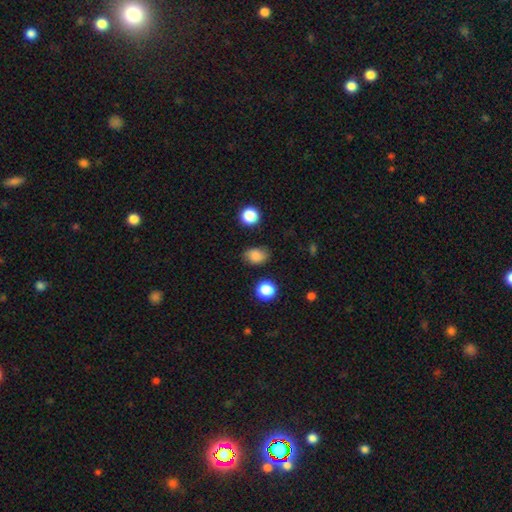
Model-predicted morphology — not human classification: This is clearly a smooth galaxy (83%). How rounded: likely in between (67%). Merging: likely none (78%).